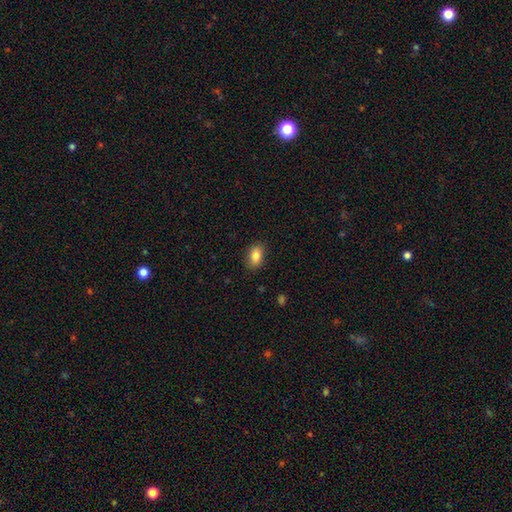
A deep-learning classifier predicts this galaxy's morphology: This is clearly a smooth galaxy (86%). How rounded: clearly in between (87%). Merging: clearly none (86%).